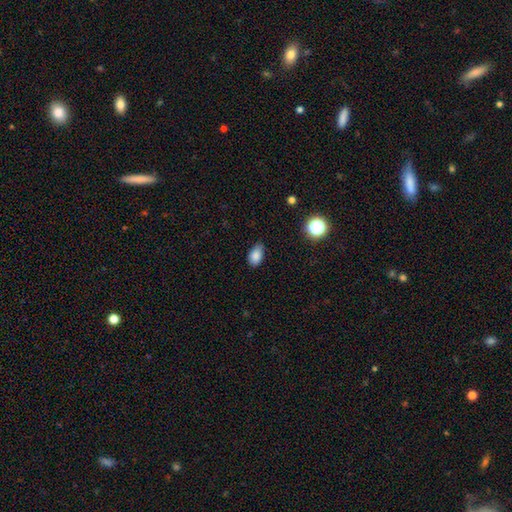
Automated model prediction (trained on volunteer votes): This is clearly a smooth galaxy (85%). How rounded: clearly in between (88%). Merging: likely none (71%).